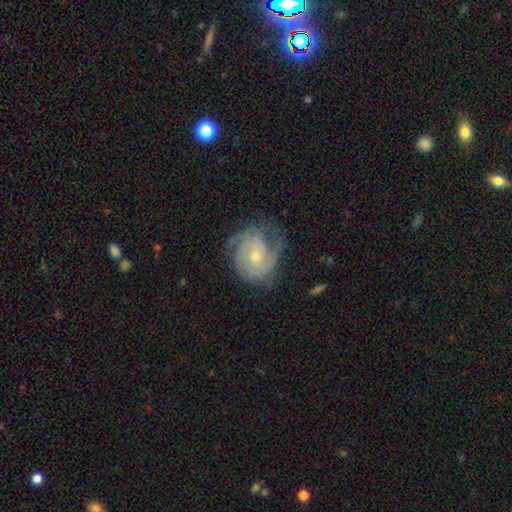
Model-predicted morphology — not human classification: Smooth or featured? Predicted: featured or disk (p=0.85). Edge-on disk? Predicted: no (p=0.98). Bar? Predicted: no (p=0.73). Spiral arms? Predicted: yes (p=0.96). Spiral winding? Predicted: tight (p=0.58). Spiral arm count? Predicted: 3 (p=0.37). Bulge size? Predicted: small (p=0.56). Merging? Predicted: none (p=0.64).